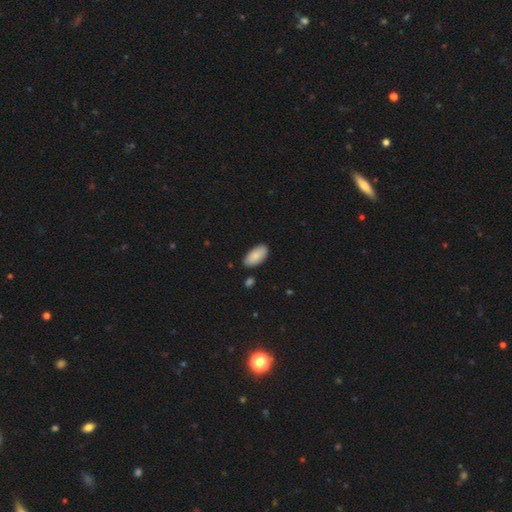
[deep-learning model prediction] smooth-or-featured: smooth: 86% | featured or disk: 8% | star or artifact: 6%
  how-rounded: in between: 94% | cigar-shaped: 4% | round: 2%
  merging: none: 83% | minor disturbance: 13% | merger: 2% | major disturbance: 2%